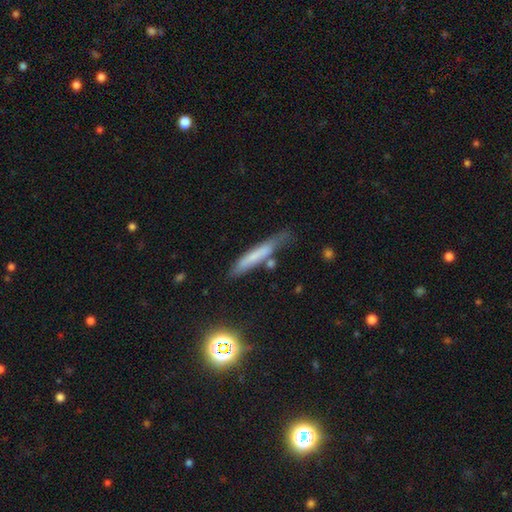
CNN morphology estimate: Smooth or featured?
  - smooth: 62% *
  - featured or disk: 27%
  - star or artifact: 10%
How rounded?
  - cigar-shaped: 91% *
  - in between: 7%
  - round: 2%
Merging?
  - none: 61% *
  - minor disturbance: 24%
  - major disturbance: 7%
  - merger: 7%